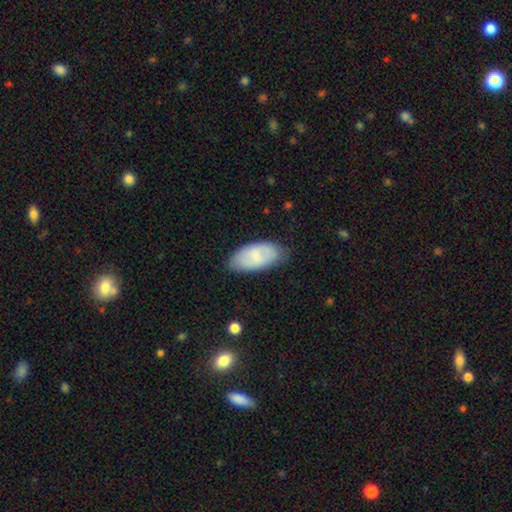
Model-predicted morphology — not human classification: A smooth galaxy with no disk features (68%) that is in between round and cigar-shaped (93%). Merging: none (77%).